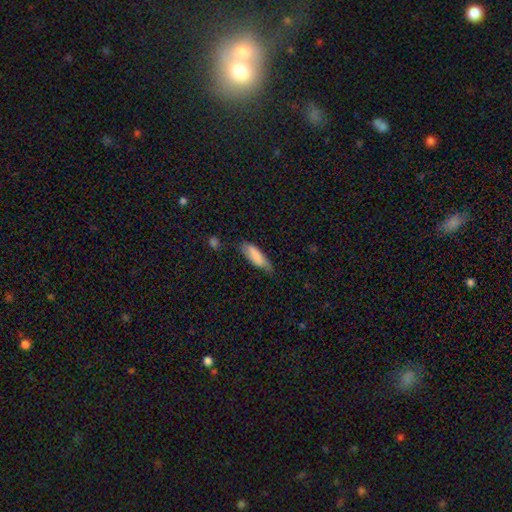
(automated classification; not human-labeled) smooth-or-featured: smooth: 82% | featured or disk: 12% | star or artifact: 6%
  how-rounded: in between: 52% | cigar-shaped: 46% | round: 2%
  merging: none: 56% | minor disturbance: 34% | major disturbance: 8% | merger: 3%